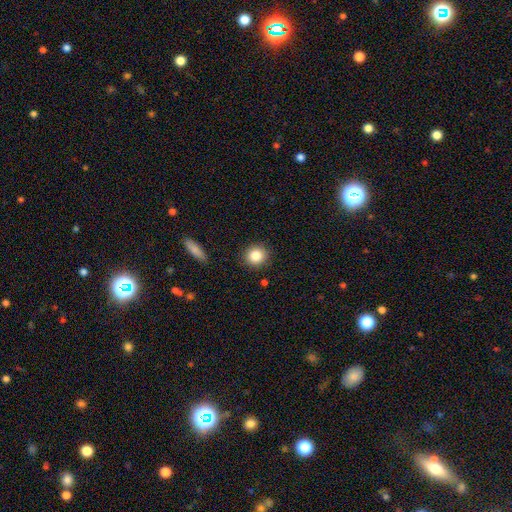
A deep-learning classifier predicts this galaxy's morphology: The model was most divided on "smooth or featured": smooth: 85%, star or artifact: 9%, featured or disk: 6%. More confident: merging — none (89%); how rounded — round (88%).